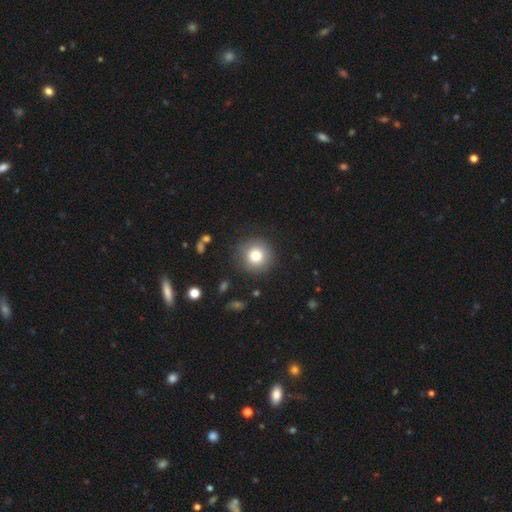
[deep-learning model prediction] Smooth or featured: smooth — 80% (star or artifact — 11%)
How rounded: round — 94% (in between — 5%)
Merging: none — 86% (minor disturbance — 9%)